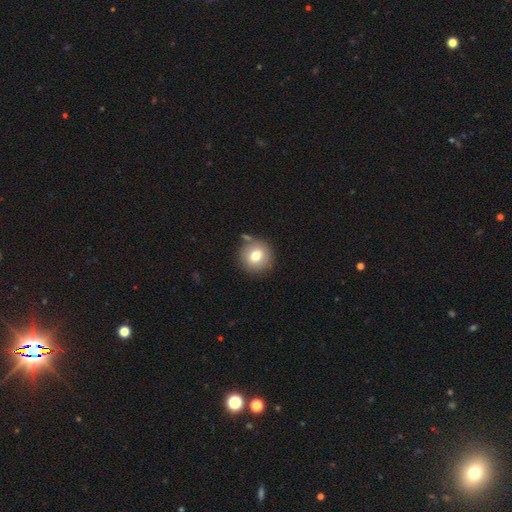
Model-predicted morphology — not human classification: smooth-or-featured: smooth: 76% | featured or disk: 13% | star or artifact: 10%
  how-rounded: round: 92% | in between: 7% | cigar-shaped: 1%
  merging: none: 79% | minor disturbance: 10% | merger: 7% | major disturbance: 3%